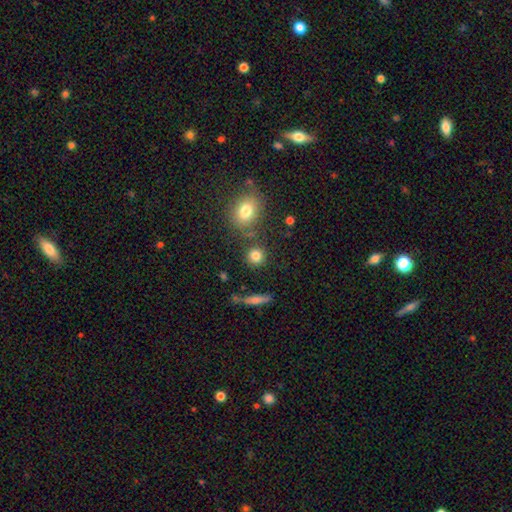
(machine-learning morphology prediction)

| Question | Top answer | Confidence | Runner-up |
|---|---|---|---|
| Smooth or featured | smooth | 81% | star or artifact (12%) |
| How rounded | round | 89% | in between (10%) |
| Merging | none | 79% | merger (9%) |